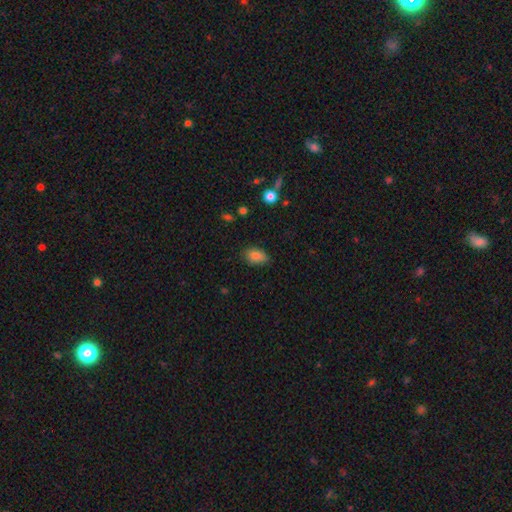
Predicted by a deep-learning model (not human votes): Smooth or featured?
  - smooth: 83% *
  - star or artifact: 9%
  - featured or disk: 7%
How rounded?
  - in between: 85% *
  - round: 13%
  - cigar-shaped: 2%
Merging?
  - none: 75% *
  - minor disturbance: 20%
  - major disturbance: 4%
  - merger: 1%